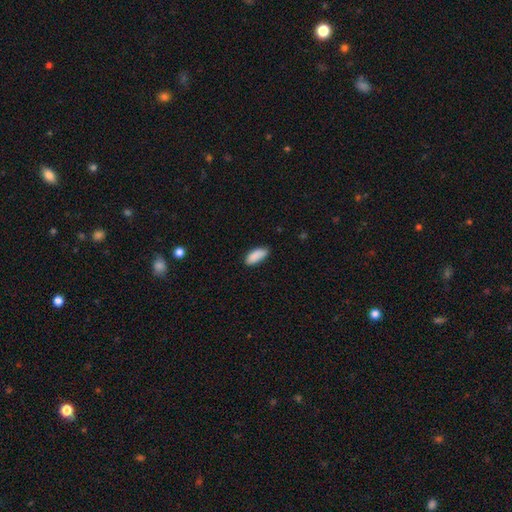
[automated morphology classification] A smooth galaxy with no disk features (89%) that is in between round and cigar-shaped (82%).

Vote fractions:
- Smooth or featured? smooth: 89% / star or artifact: 6% / featured or disk: 4%
- How rounded? in between: 82% / cigar-shaped: 16% / round: 2%
- Merging? none: 80% / minor disturbance: 16% / major disturbance: 3% / merger: 1%